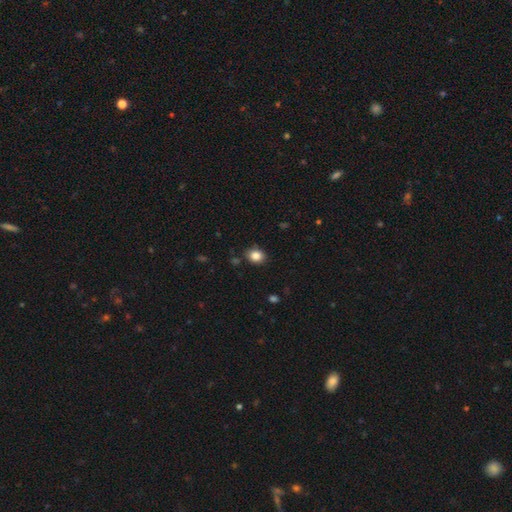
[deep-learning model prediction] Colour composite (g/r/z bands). It shows a smooth galaxy with no disk features (86%) that is round (57%). Merging: none (85%).